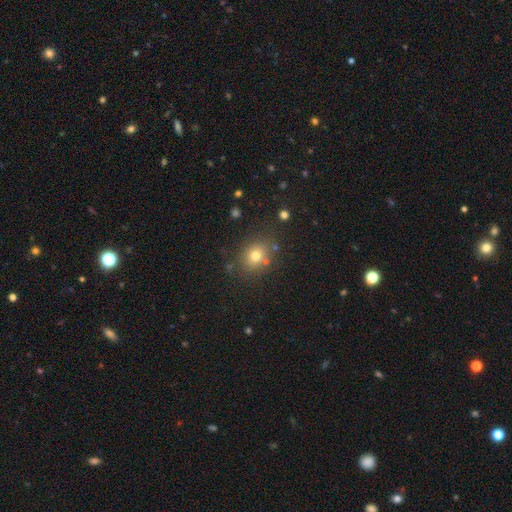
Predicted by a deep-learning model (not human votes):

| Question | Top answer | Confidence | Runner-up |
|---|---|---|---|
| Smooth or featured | smooth | 74% | star or artifact (16%) |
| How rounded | round | 59% | in between (40%) |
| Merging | none | 79% | minor disturbance (11%) |